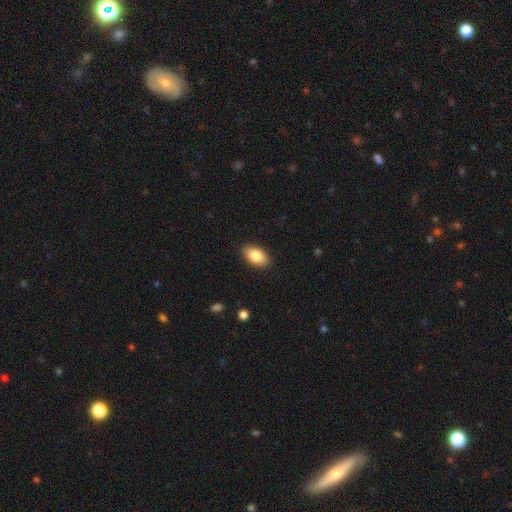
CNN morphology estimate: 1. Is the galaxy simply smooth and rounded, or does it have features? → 85% smooth, 8% featured or disk, 7% star or artifact.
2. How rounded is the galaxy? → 93% in between, 5% round, 2% cigar-shaped.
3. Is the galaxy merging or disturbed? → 89% none, 8% minor disturbance, 2% major disturbance, 1% merger.